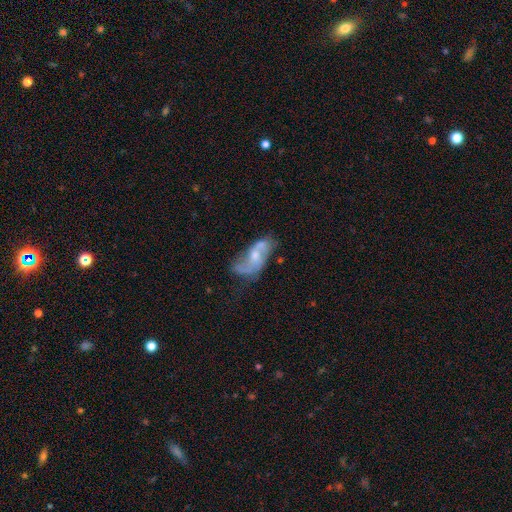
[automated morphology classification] A featured or disk galaxy (68%) with no bar (63%), spiral arms (77%) and a moderate central bulge (50%). Merging: none (43%).